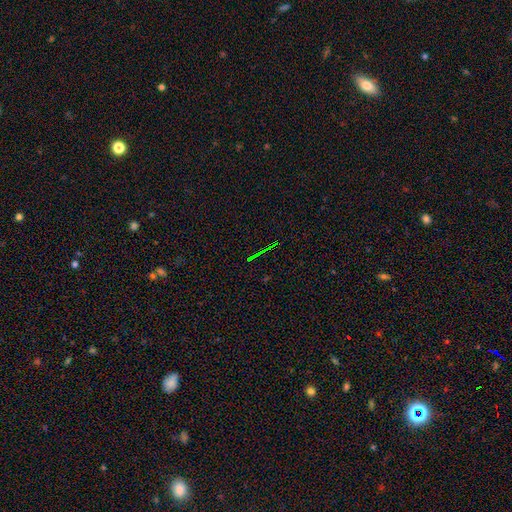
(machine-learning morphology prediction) This is likely a star or artifact rather than a galaxy (74%).